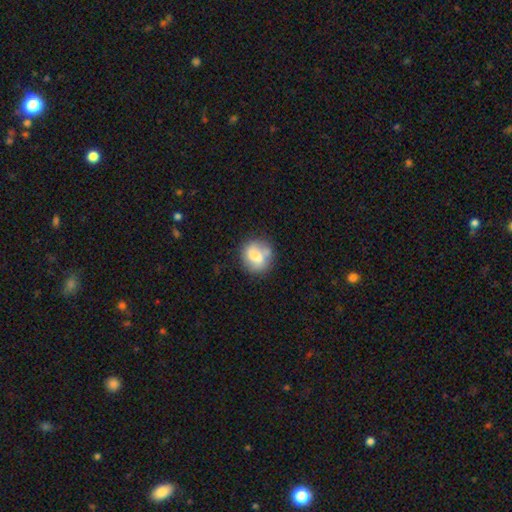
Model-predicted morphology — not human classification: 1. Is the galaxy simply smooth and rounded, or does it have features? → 65% smooth, 27% featured or disk, 8% star or artifact.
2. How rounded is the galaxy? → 78% round, 21% in between, 1% cigar-shaped.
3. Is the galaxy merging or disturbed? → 61% none, 20% minor disturbance, 12% merger, 7% major disturbance.